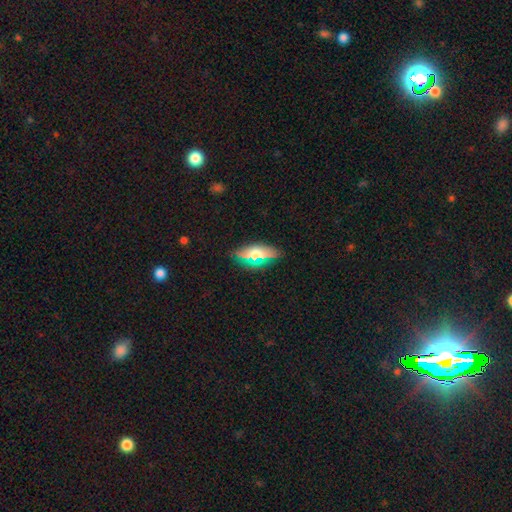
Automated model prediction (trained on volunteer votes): Smooth or featured? smooth (65%)
How rounded? in between (81%)
Merging? none (82%)